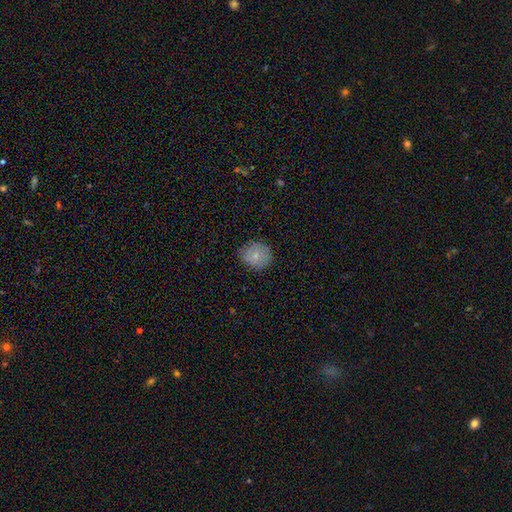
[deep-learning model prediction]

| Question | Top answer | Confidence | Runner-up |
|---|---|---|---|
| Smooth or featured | smooth | 72% | featured or disk (19%) |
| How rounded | round | 81% | in between (18%) |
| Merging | none | 80% | minor disturbance (16%) |